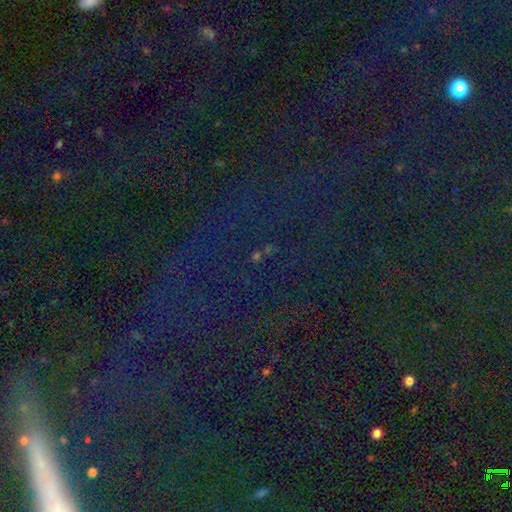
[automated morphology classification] smooth_or_featured: star or artifact (p=0.82) [alt: smooth p=0.10]